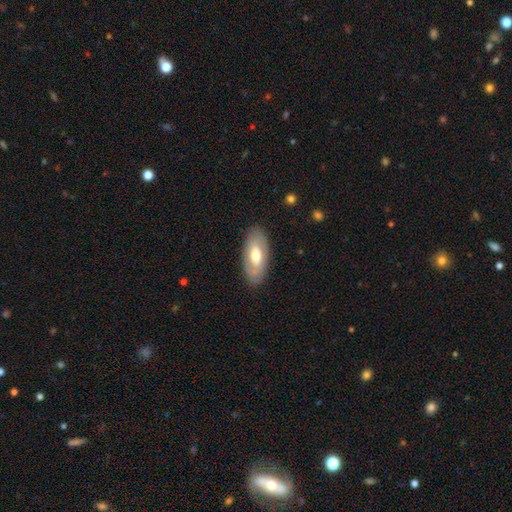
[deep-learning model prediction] A smooth galaxy with no disk features (52%) that is in between round and cigar-shaped (89%). Merging: none (84%).